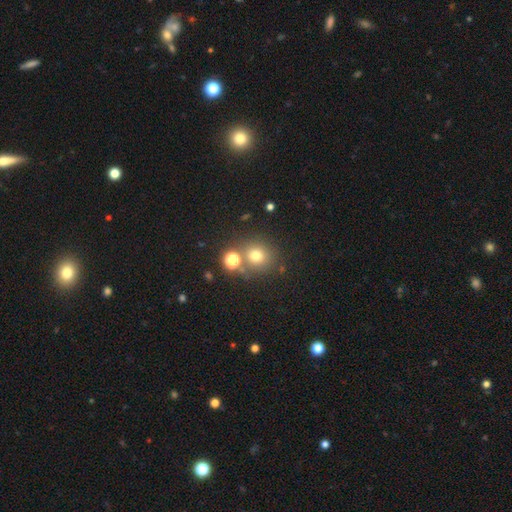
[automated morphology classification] A smooth galaxy with no disk features (72%) that is round (90%).

Vote fractions:
- Smooth or featured? smooth: 72% / star or artifact: 19% / featured or disk: 9%
- How rounded? round: 90% / in between: 9% / cigar-shaped: 1%
- Merging? none: 72% / merger: 16% / minor disturbance: 9% / major disturbance: 4%